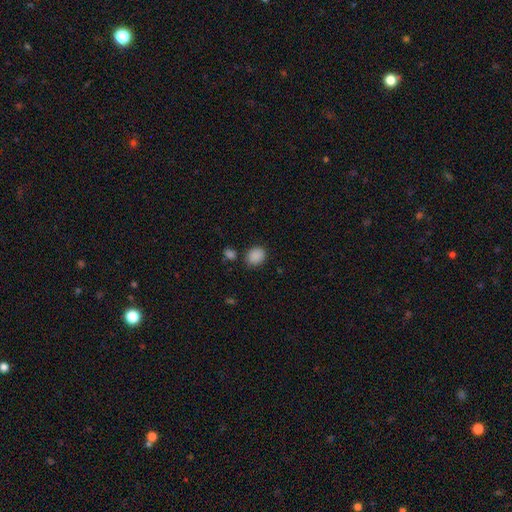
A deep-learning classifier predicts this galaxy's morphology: smooth 87%, star or artifact 10%, featured or disk 3%. Down the decision tree: how rounded — round (50%); merging — none (78%).